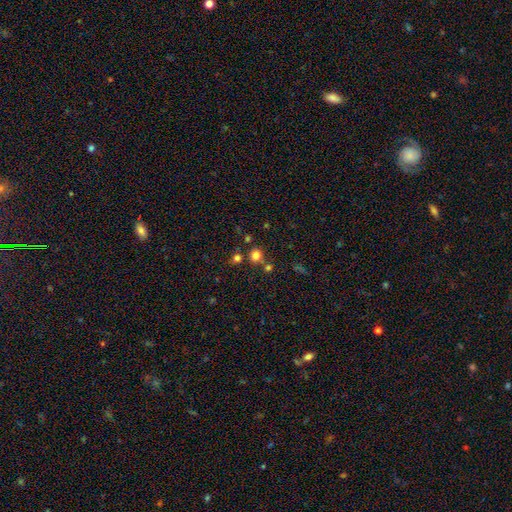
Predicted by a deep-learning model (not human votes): Q: Smooth or featured?
A: smooth (77%); runner-up: star or artifact (17%)
Q: How rounded?
A: round (79%); runner-up: in between (20%)
Q: Merging?
A: none (70%); runner-up: merger (17%)